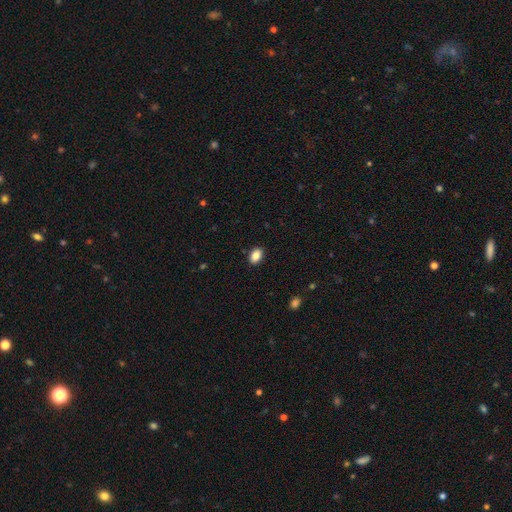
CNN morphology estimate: smooth_or_featured: smooth (p=0.87) [alt: star or artifact p=0.08]
how_rounded: in between (p=0.86) [alt: round p=0.13]
merging: none (p=0.89) [alt: minor disturbance p=0.08]